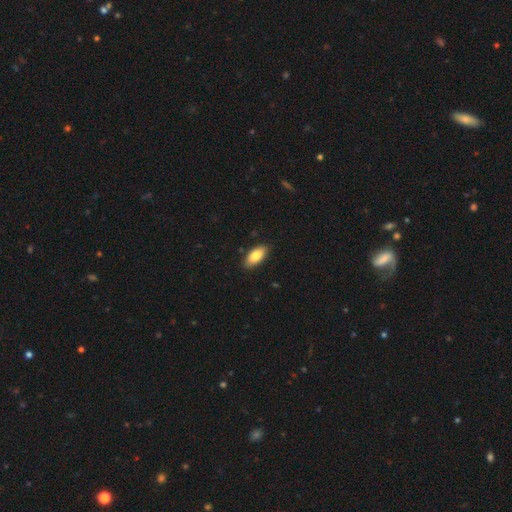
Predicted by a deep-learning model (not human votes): smooth_or_featured: smooth (p=0.83) [alt: featured or disk p=0.11]
how_rounded: in between (p=0.90) [alt: cigar-shaped p=0.07]
merging: none (p=0.86) [alt: minor disturbance p=0.11]